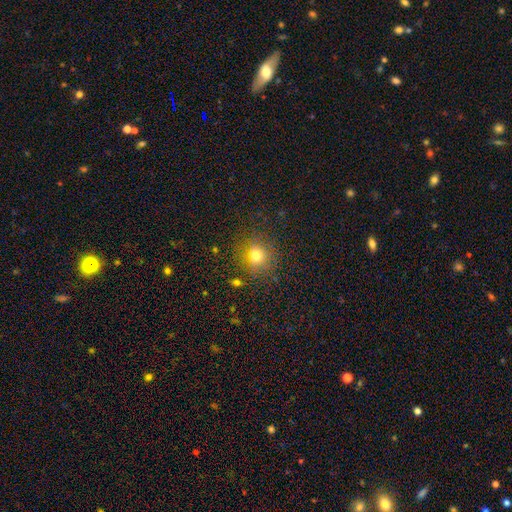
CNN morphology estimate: This appears to be a smooth galaxy with no disk features (72%) that is round (84%). Merging: none (83%).